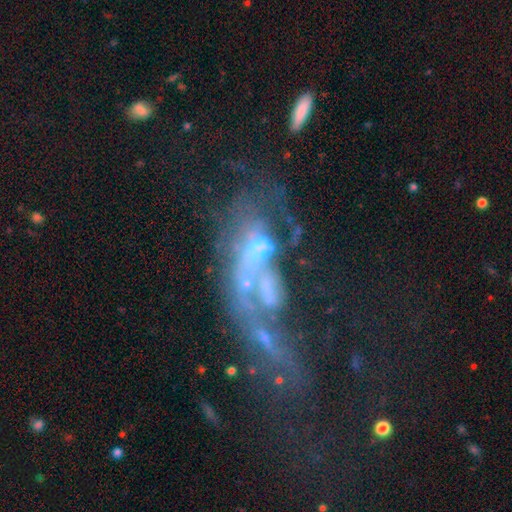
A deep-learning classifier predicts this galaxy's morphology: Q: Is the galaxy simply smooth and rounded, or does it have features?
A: featured or disk — 64%.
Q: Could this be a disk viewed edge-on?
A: no — 92%.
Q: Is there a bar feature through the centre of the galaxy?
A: no — 76%.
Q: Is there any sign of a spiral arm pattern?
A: no — 62%.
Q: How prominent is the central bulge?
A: small — 36%.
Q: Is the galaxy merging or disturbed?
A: merger — 40%.